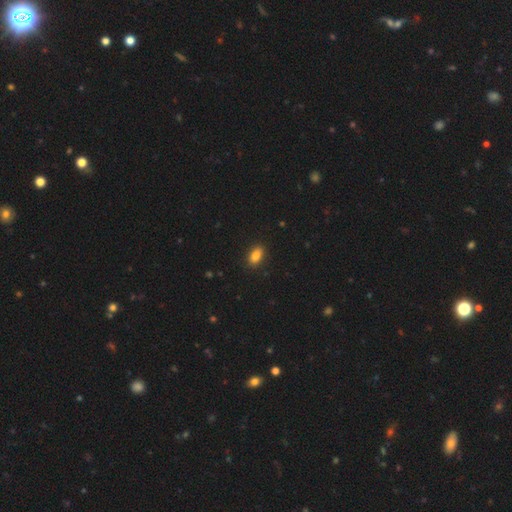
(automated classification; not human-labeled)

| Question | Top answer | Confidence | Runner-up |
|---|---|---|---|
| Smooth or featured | smooth | 85% | star or artifact (9%) |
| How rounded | in between | 88% | round (8%) |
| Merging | none | 89% | minor disturbance (8%) |